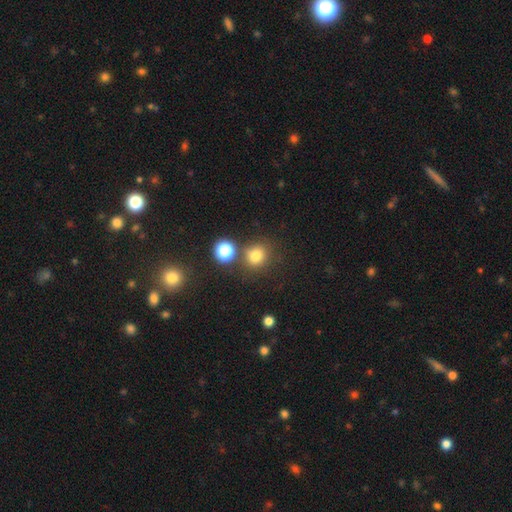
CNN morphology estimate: smooth-or-featured: smooth: 76% | star or artifact: 18% | featured or disk: 7%
  how-rounded: round: 83% | in between: 16% | cigar-shaped: 1%
  merging: none: 73% | merger: 12% | minor disturbance: 11% | major disturbance: 4%